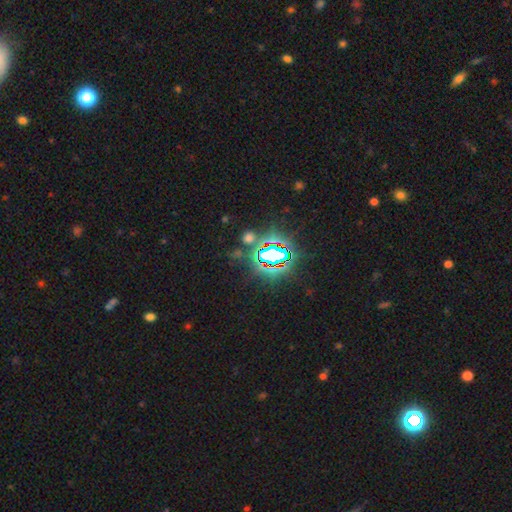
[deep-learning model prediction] Q: Smooth or featured?
A: star or artifact (82%); runner-up: smooth (10%)